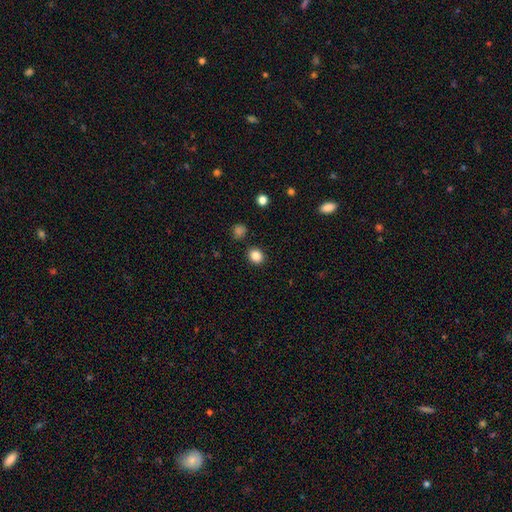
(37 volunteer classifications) smooth_or_featured: smooth (p=0.95) [alt: star or artifact p=0.05]
how_rounded: round (p=0.51) [alt: in between p=0.49]
merging: none (p=0.89) [alt: minor disturbance p=0.09]